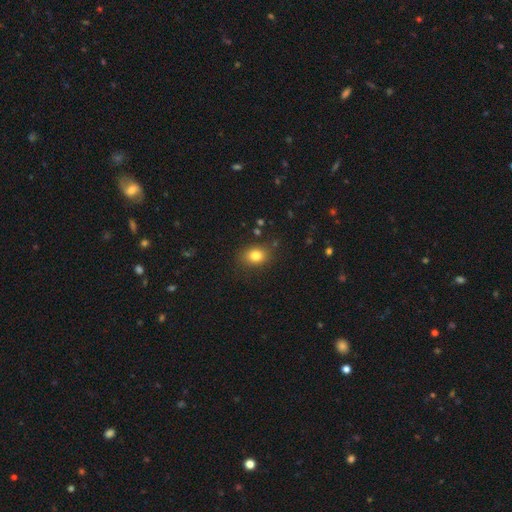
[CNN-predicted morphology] The model was most divided on "how rounded": in between: 54%, round: 45%, cigar-shaped: 1%. More confident: merging — none (84%); smooth or featured — smooth (81%).